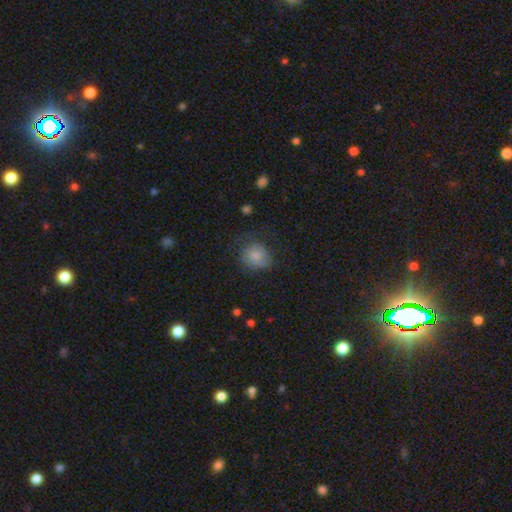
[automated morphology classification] Overall: smooth (75%). How rounded: round (70%). Merging: none (54%; minor disturbance 27%).